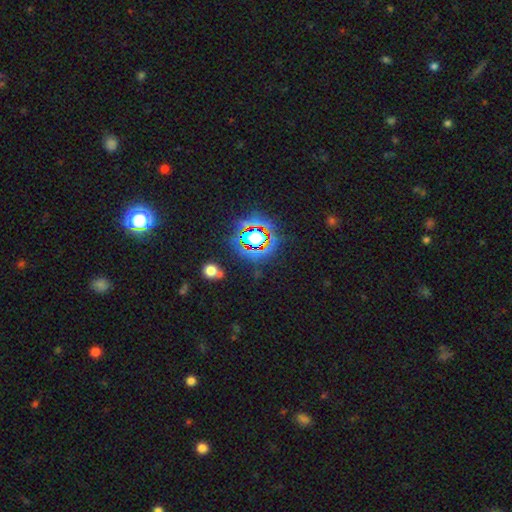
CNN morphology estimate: This is likely a star or artifact rather than a galaxy (79%).